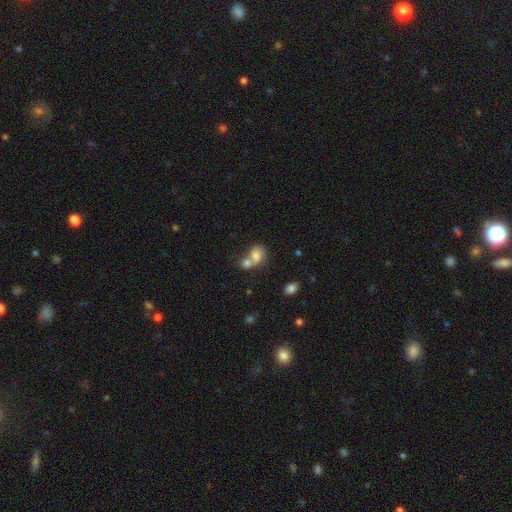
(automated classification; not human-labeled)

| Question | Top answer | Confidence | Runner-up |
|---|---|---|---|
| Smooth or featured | smooth | 72% | featured or disk (18%) |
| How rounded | in between | 59% | round (39%) |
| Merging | merger | 67% | none (19%) |